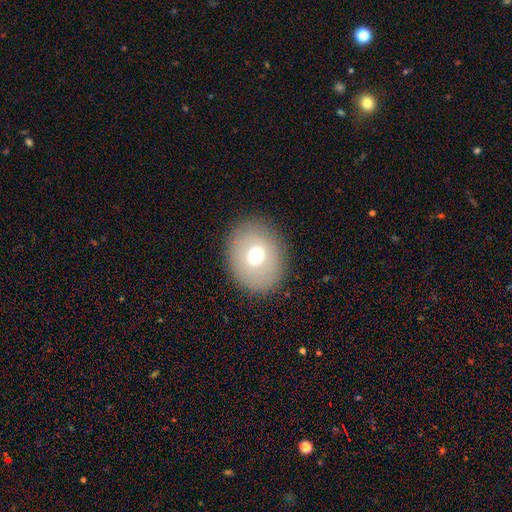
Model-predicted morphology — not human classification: Smooth or featured?
  - smooth: 66% *
  - featured or disk: 23%
  - star or artifact: 11%
How rounded?
  - round: 51% *
  - in between: 48%
  - cigar-shaped: 1%
Merging?
  - none: 88% *
  - minor disturbance: 8%
  - major disturbance: 3%
  - merger: 1%